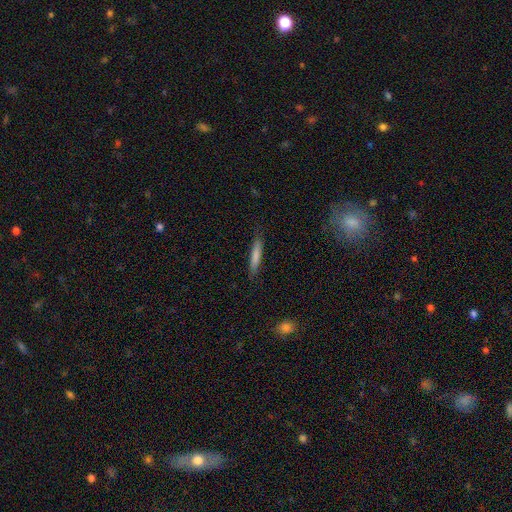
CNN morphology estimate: Q: Smooth or featured?
A: smooth (79%); runner-up: featured or disk (15%)
Q: How rounded?
A: cigar-shaped (91%); runner-up: in between (8%)
Q: Merging?
A: none (85%); runner-up: minor disturbance (11%)